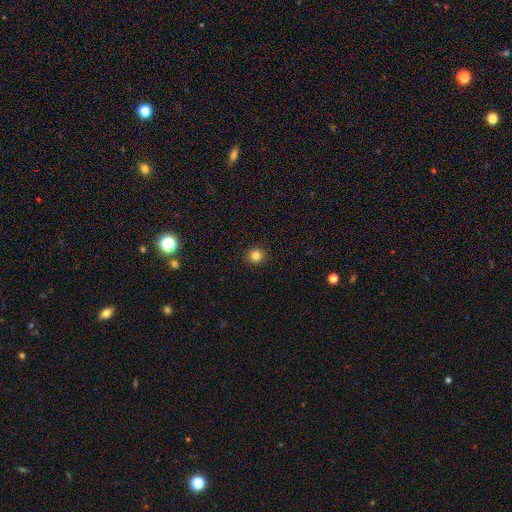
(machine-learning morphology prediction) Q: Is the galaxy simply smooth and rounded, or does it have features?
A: smooth — 83%.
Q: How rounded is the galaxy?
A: round — 90%.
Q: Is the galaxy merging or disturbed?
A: none — 92%.